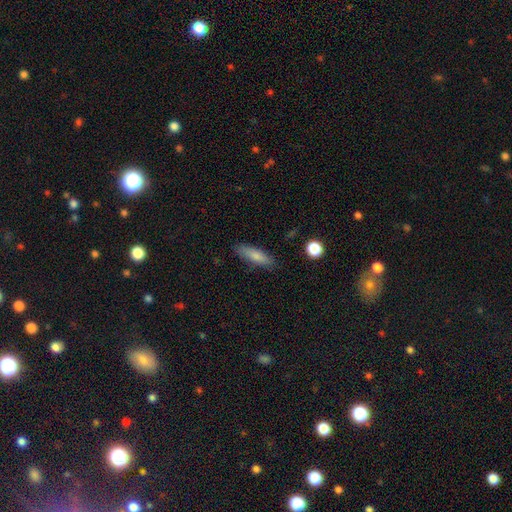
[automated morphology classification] smooth-or-featured: smooth: 78% | featured or disk: 15% | star or artifact: 7%
  how-rounded: cigar-shaped: 62% | in between: 36% | round: 2%
  merging: none: 85% | minor disturbance: 11% | major disturbance: 2% | merger: 2%